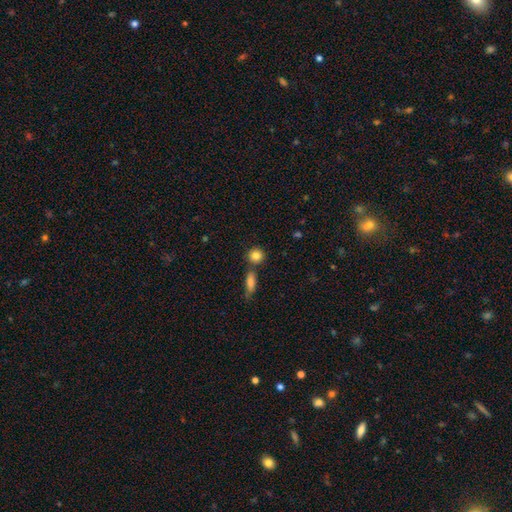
Smooth or featured?
  - smooth: 90% *
  - featured or disk: 5%
  - star or artifact: 5%
How rounded?
  - round: 71% *
  - in between: 23%
  - cigar-shaped: 6%
Merging?
  - none: 68% *
  - merger: 27%
  - minor disturbance: 5%
  - major disturbance: 0%